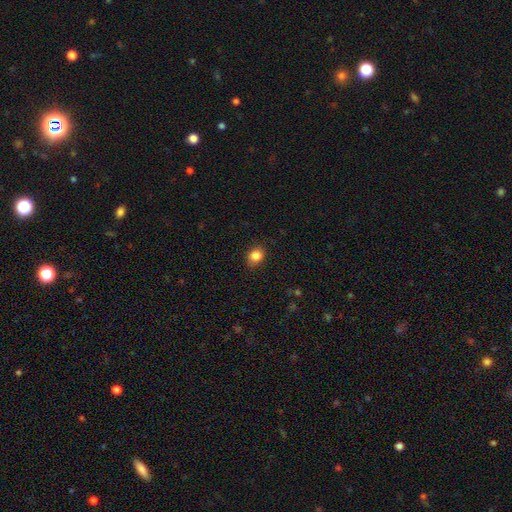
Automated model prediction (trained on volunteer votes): Morphology: type=smooth (84%); roundness=round (61%); merging=none (85%).